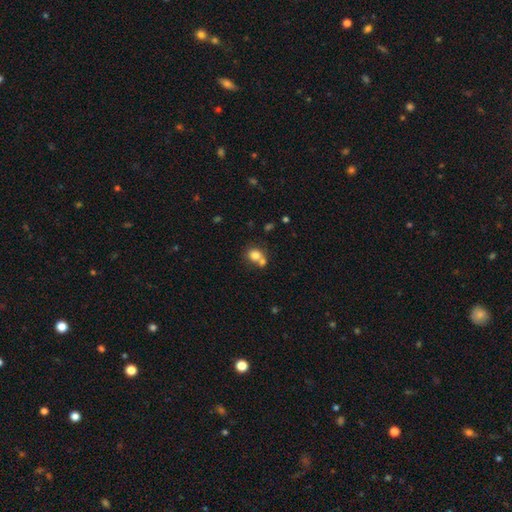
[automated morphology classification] smooth 78%, featured or disk 12%, star or artifact 11%. Down the decision tree: how rounded — round (72%); merging — merger (46%).